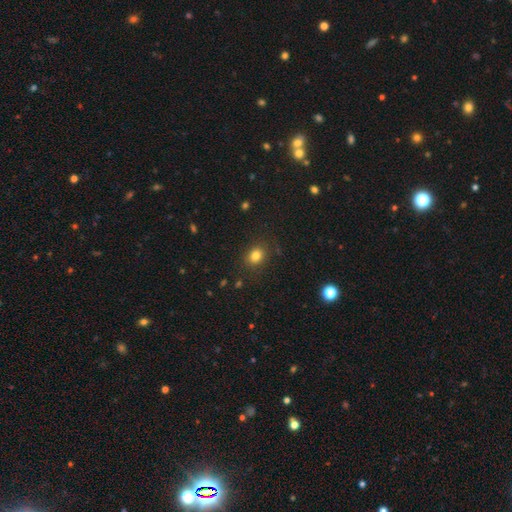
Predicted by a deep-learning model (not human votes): This is clearly a smooth galaxy (81%). How rounded: possibly round (52%). Merging: clearly none (84%).